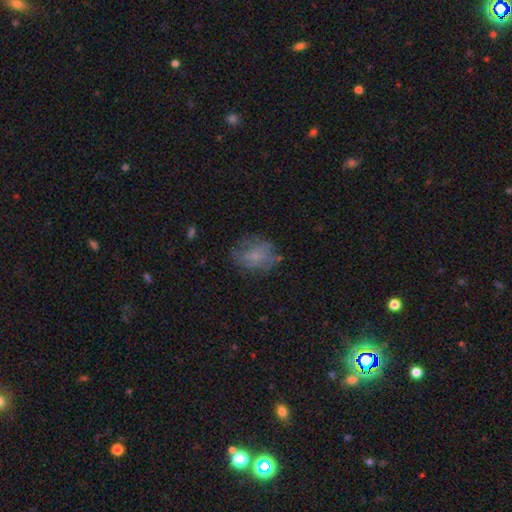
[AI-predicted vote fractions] A smooth galaxy with no disk features (56%) that is in between round and cigar-shaped (60%). Merging: none (60%).